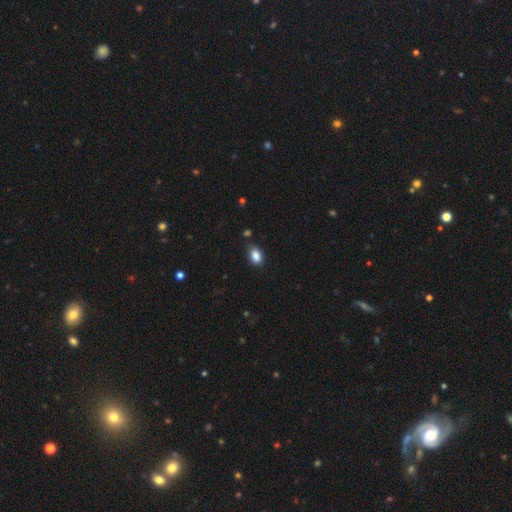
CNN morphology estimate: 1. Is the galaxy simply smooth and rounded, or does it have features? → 87% smooth, 9% star or artifact, 4% featured or disk.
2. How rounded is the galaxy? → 82% in between, 16% round, 1% cigar-shaped.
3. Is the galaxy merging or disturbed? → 74% none, 19% minor disturbance, 3% major disturbance, 3% merger.